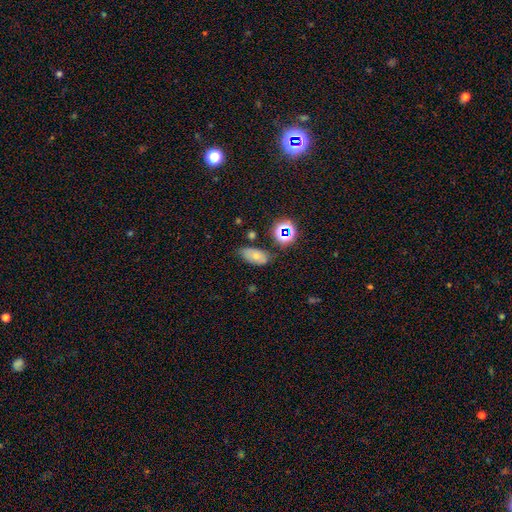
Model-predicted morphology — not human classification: smooth_or_featured: smooth (p=0.63) [alt: featured or disk p=0.20]
how_rounded: in between (p=0.88) [alt: round p=0.08]
merging: none (p=0.65) [alt: minor disturbance p=0.24]